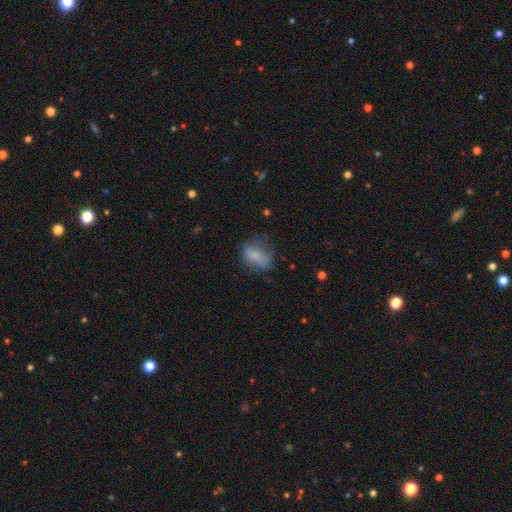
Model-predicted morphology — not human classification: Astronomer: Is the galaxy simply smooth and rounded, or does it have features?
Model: smooth — 68%.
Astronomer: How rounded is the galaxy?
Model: in between — 79%.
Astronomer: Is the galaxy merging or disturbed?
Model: none — 43% (runner-up: minor disturbance, 30%).